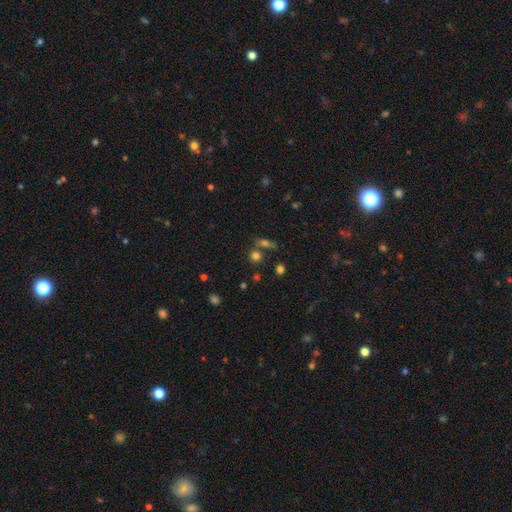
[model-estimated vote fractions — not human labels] Q: Smooth or featured?
A: smooth (71%); runner-up: star or artifact (17%)
Q: How rounded?
A: round (83%); runner-up: in between (14%)
Q: Merging?
A: none (66%); runner-up: merger (21%)